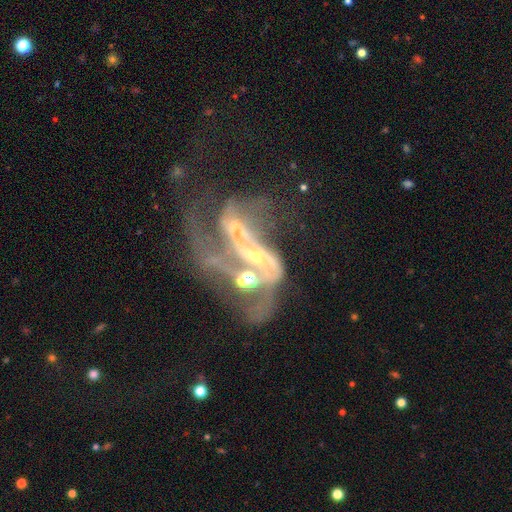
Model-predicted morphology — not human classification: A featured or disk galaxy (76%) with no bar (59%), spiral arms (57%) and a moderate central bulge (46%).

Vote fractions:
- Smooth or featured? featured or disk: 76% / star or artifact: 14% / smooth: 11%
- Edge-on disk? no: 93% / yes: 7%
- Bar? no: 59% / weak: 23% / strong: 18%
- Spiral arms? yes: 57% / no: 43%
- Bulge size? moderate: 46% / small: 34% / none: 13% / large: 6% / dominant: 2%
- Merging? merger: 56% / major disturbance: 30% / none: 8% / minor disturbance: 6%